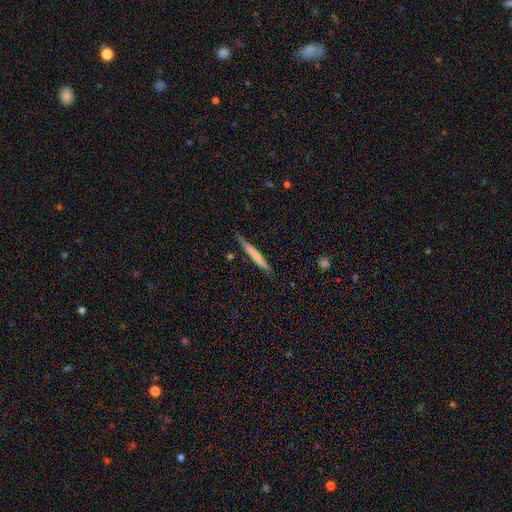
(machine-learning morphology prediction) smooth_or_featured: smooth (p=0.61) [alt: featured or disk p=0.33]
how_rounded: cigar-shaped (p=0.96) [alt: in between p=0.03]
merging: none (p=0.78) [alt: minor disturbance p=0.17]